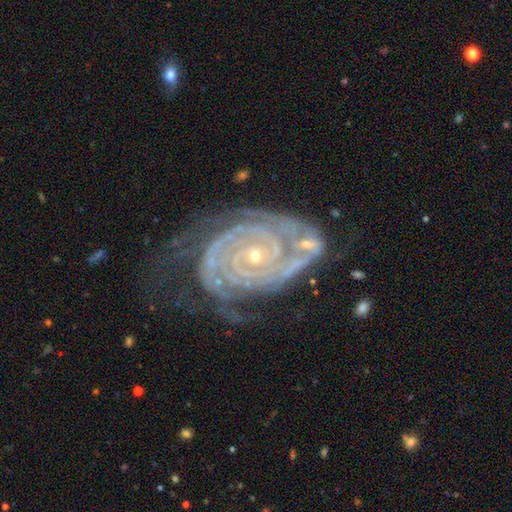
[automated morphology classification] The model was most divided on "spiral arm count": 2: 31%, 3: 26%, can't tell: 15%, 4: 15%, more than 4: 7%, 1: 6%. Remaining: spiral arms — yes (98%); edge-on disk — no (97%); smooth or featured — featured or disk (92%); spiral winding — tight (82%); bulge size — small (76%); bar — no (73%); merging — none (48%).